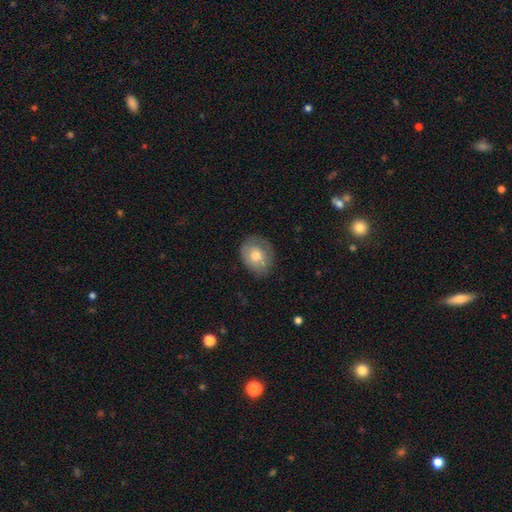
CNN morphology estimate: This appears to be a smooth galaxy with no disk features (68%) that is in between round and cigar-shaped (56%). Merging: none (72%).